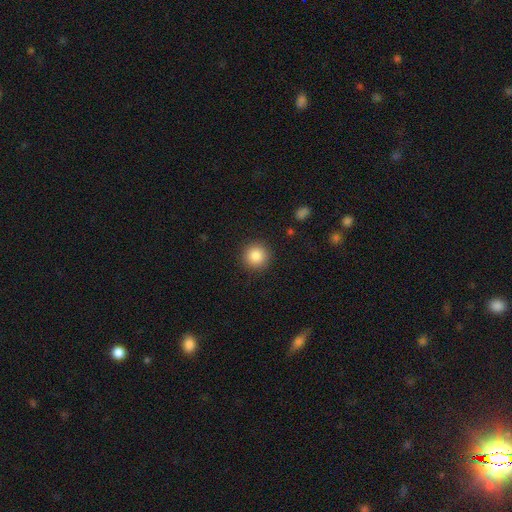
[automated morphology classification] Smooth or featured? Predicted: smooth (p=0.86). How rounded? Predicted: round (p=0.95). Merging? Predicted: none (p=0.91).